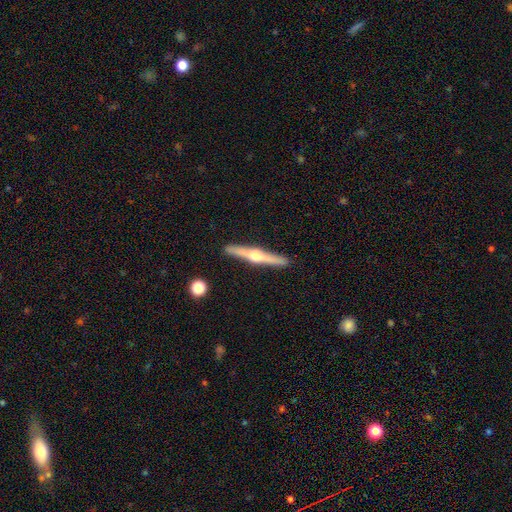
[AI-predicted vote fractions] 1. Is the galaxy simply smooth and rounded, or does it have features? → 73% featured or disk, 22% smooth, 5% star or artifact.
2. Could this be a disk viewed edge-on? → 98% yes, 2% no.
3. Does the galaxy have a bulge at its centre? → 94% rounded, 3% none, 3% boxy.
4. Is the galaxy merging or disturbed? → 91% none, 6% minor disturbance, 1% merger, 1% major disturbance.